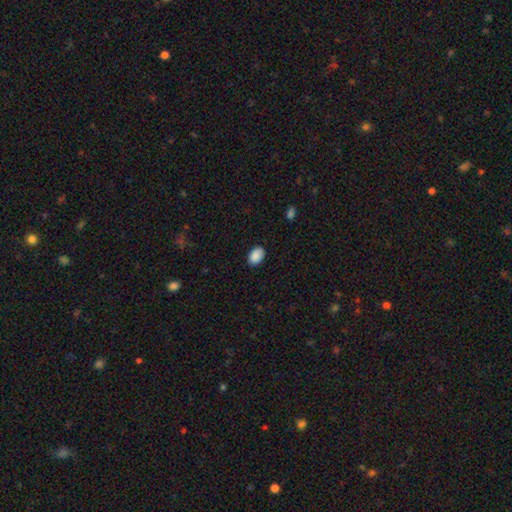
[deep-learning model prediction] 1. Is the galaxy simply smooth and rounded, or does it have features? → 90% smooth, 7% star or artifact, 3% featured or disk.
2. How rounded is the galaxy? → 85% in between, 14% round, 1% cigar-shaped.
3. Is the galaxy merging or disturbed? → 86% none, 10% minor disturbance, 2% major disturbance, 1% merger.